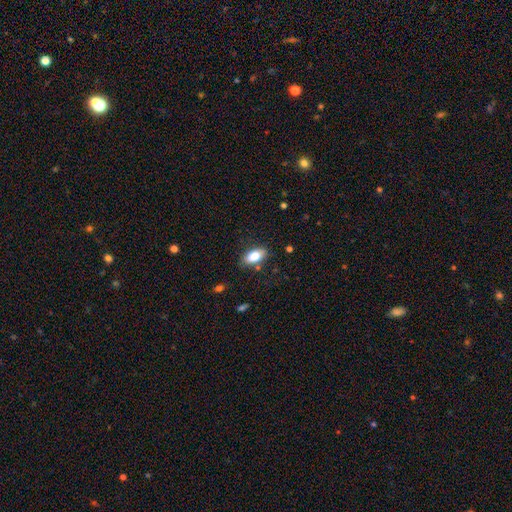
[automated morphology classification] smooth_or_featured: smooth (p=0.83) [alt: featured or disk p=0.09]
how_rounded: in between (p=0.90) [alt: cigar-shaped p=0.05]
merging: none (p=0.82) [alt: minor disturbance p=0.13]